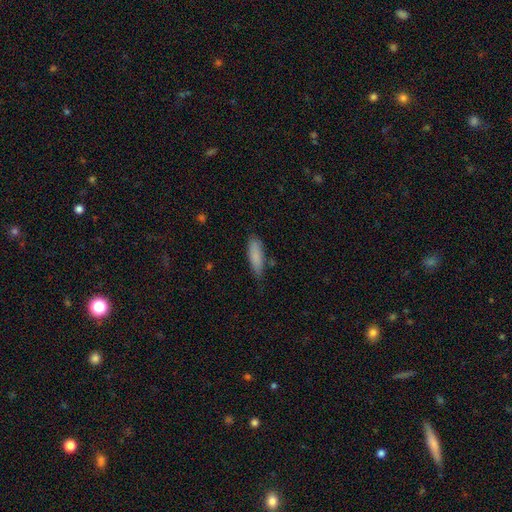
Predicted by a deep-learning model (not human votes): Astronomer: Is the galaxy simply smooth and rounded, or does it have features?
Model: smooth — 85%.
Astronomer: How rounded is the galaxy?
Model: cigar-shaped — 54% (runner-up: in between, 44%).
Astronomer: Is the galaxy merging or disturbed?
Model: none — 71%.